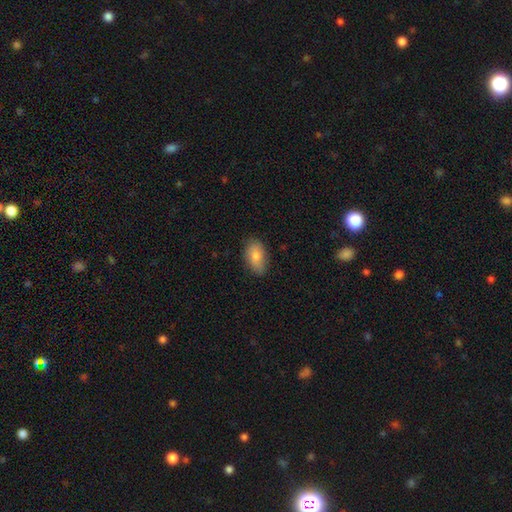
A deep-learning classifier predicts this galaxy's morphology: Q: Smooth or featured?
A: smooth (76%); runner-up: featured or disk (16%)
Q: How rounded?
A: in between (91%); runner-up: round (6%)
Q: Merging?
A: none (80%); runner-up: minor disturbance (16%)